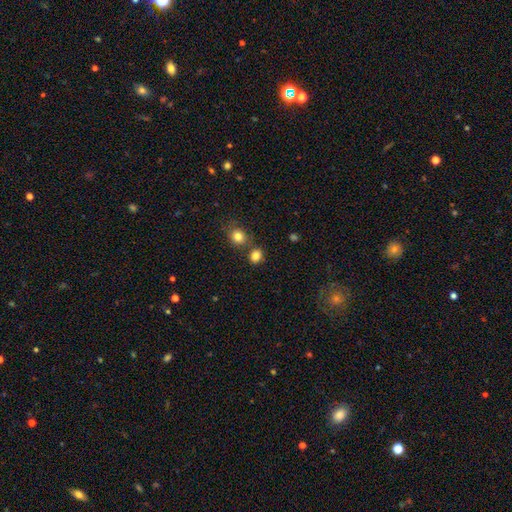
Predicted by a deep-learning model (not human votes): Morphology: type=smooth (83%); roundness=round (70%); merging=none (68%).